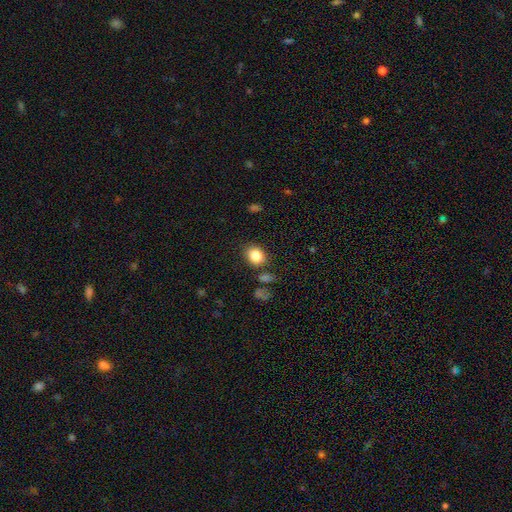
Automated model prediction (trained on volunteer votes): Smooth or featured? smooth (85%)
How rounded? round (54%)
Merging? none (79%)